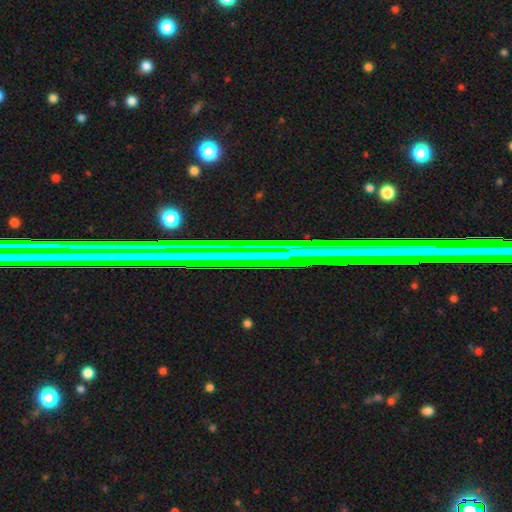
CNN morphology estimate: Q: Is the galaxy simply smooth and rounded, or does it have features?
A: star or artifact — 70%.